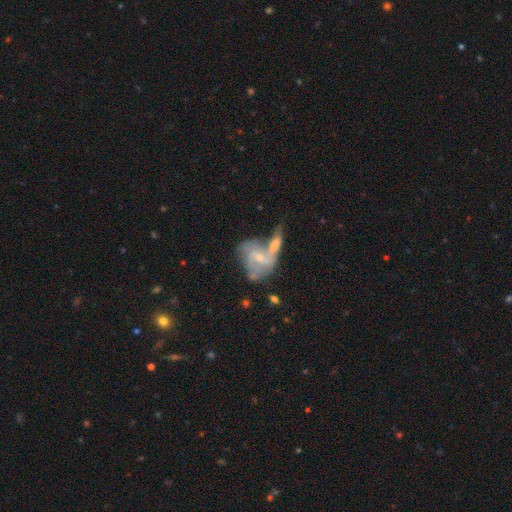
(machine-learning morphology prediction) Smooth or featured? Predicted: featured or disk (p=0.73). Edge-on disk? Predicted: no (p=0.96). Bar? Predicted: no (p=0.46). Spiral arms? Predicted: yes (p=0.84). Spiral winding? Predicted: medium (p=0.46). Spiral arm count? Predicted: 2 (p=0.55). Bulge size? Predicted: small (p=0.65). Merging? Predicted: merger (p=0.57).